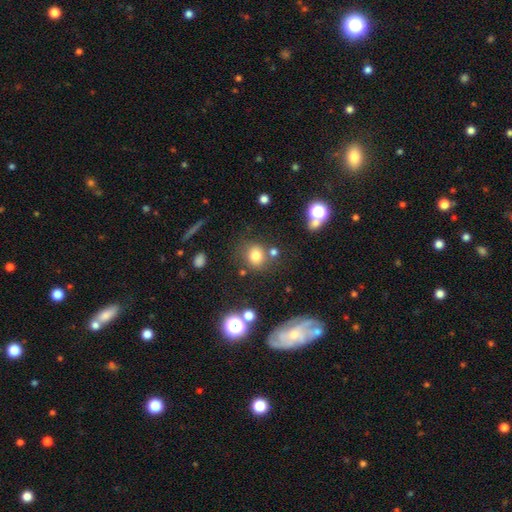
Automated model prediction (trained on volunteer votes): Smooth or featured: smooth — 75% (star or artifact — 16%)
How rounded: round — 80% (in between — 19%)
Merging: none — 71% (minor disturbance — 12%)